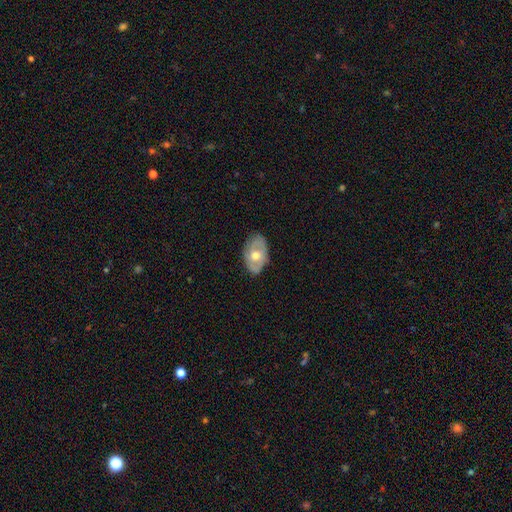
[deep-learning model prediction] Smooth or featured?
  - featured or disk: 54% *
  - smooth: 40%
  - star or artifact: 6%
Edge-on disk?
  - no: 90% *
  - yes: 10%
Merging?
  - none: 75% *
  - minor disturbance: 20%
  - major disturbance: 4%
  - merger: 1%